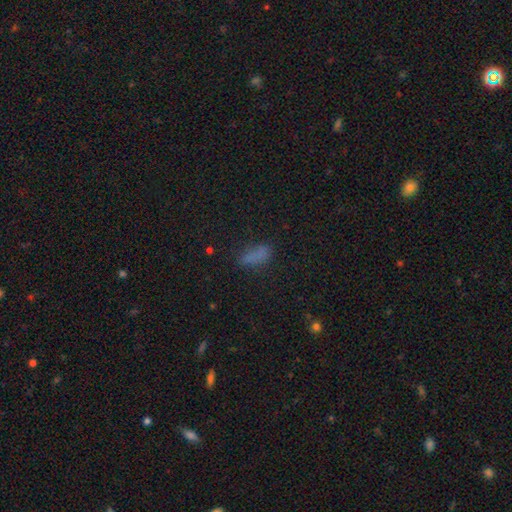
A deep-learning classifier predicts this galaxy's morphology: smooth 74%, star or artifact 17%, featured or disk 9%. Down the decision tree: how rounded — in between (71%); merging — none (65%).